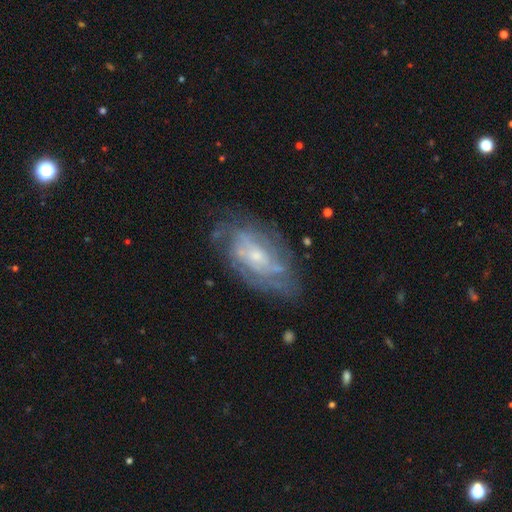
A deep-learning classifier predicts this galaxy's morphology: featured or disk 77%, smooth 15%, star or artifact 7%. Down the decision tree: edge-on disk — no (94%); bar — no (67%); spiral arms — yes (83%); spiral arm count — can't tell (53%); spiral winding — tight (56%); bulge size — small (65%); merging — none (68%).